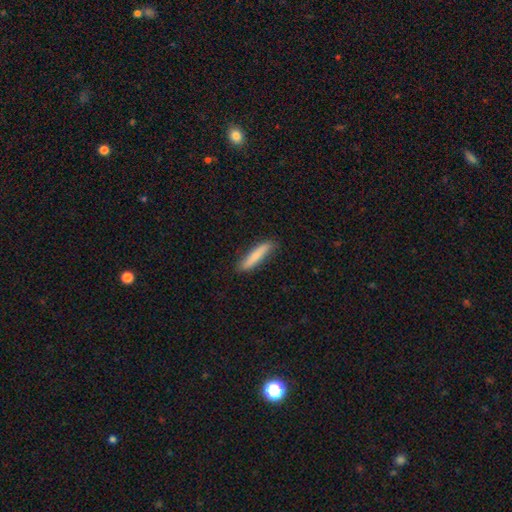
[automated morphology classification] Smooth or featured? Predicted: smooth (p=0.75). How rounded? Predicted: cigar-shaped (p=0.88). Merging? Predicted: none (p=0.85).